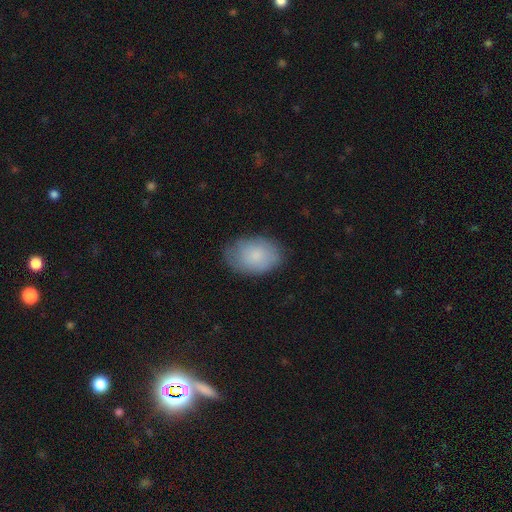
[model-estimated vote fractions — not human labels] smooth_or_featured: smooth (p=0.78) [alt: featured or disk p=0.14]
how_rounded: in between (p=0.86) [alt: round p=0.13]
merging: none (p=0.78) [alt: minor disturbance p=0.17]